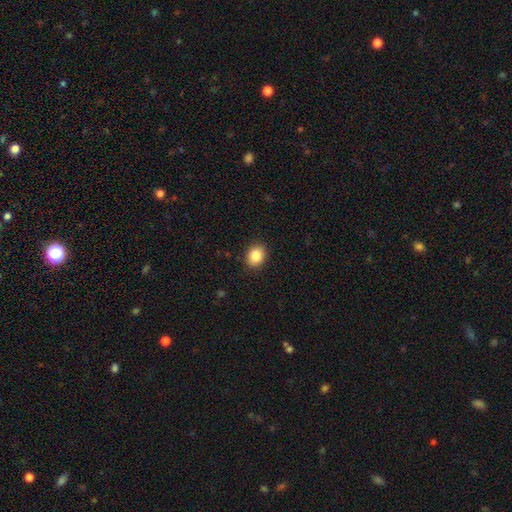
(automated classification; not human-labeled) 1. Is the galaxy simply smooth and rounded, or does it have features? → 86% smooth, 9% star or artifact, 5% featured or disk.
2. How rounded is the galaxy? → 52% round, 47% in between, 1% cigar-shaped.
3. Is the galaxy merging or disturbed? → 90% none, 7% minor disturbance, 2% major disturbance, 1% merger.